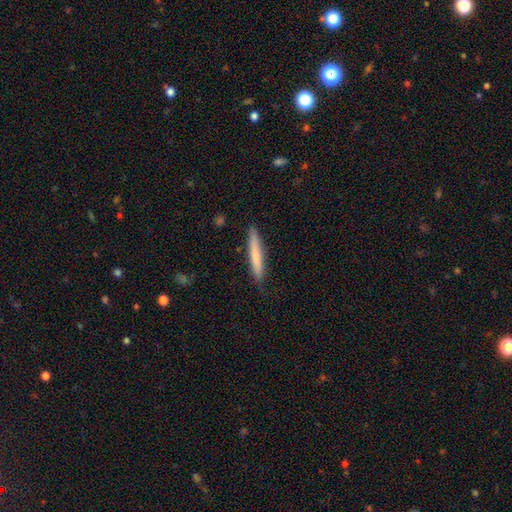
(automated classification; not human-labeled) Morphology: type=smooth (68%); roundness=cigar-shaped (95%); merging=none (88%).